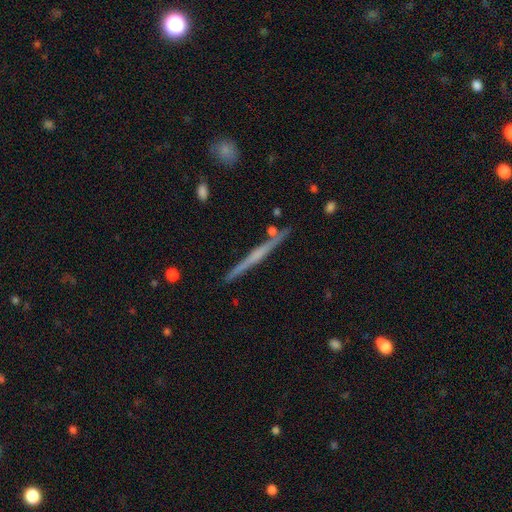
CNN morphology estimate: featured or disk 66%, smooth 28%, star or artifact 6%. Down the decision tree: edge-on disk — yes (98%); edge-on bulge — none (61%); merging — none (88%).